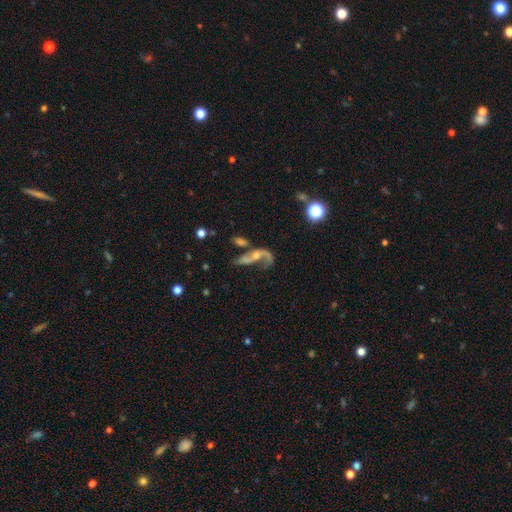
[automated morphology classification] smooth-or-featured: featured or disk: 68% | smooth: 21% | star or artifact: 11%
  disk-edge-on: no: 93% | yes: 7%
    bar: no: 63% | weak: 27% | strong: 10%
    has-spiral-arms: yes: 77% | no: 23%
    bulge-size: small: 41% | moderate: 37% | none: 15% | large: 5% | dominant: 2%
  merging: merger: 36% | major disturbance: 29% | none: 23% | minor disturbance: 12%